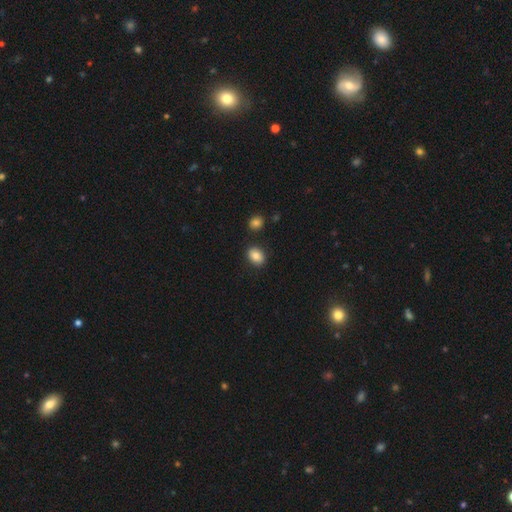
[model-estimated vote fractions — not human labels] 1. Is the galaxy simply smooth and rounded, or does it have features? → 85% smooth, 9% star or artifact, 7% featured or disk.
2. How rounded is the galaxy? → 68% in between, 31% round, 1% cigar-shaped.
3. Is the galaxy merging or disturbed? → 84% none, 9% minor disturbance, 4% merger, 2% major disturbance.